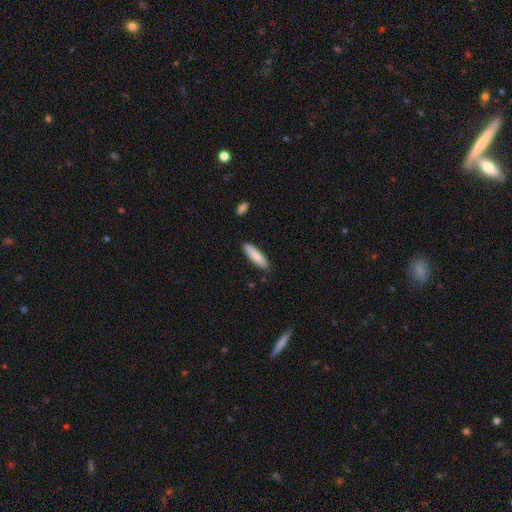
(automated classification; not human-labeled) smooth 82%, featured or disk 12%, star or artifact 6%. Down the decision tree: how rounded — cigar-shaped (69%); merging — none (86%).